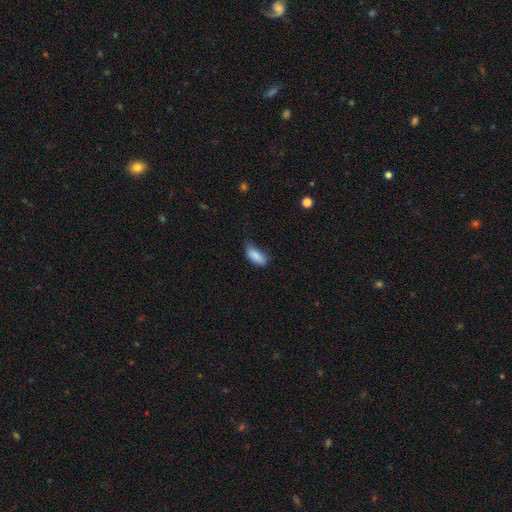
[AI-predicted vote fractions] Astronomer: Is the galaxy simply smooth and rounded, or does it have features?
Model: smooth — 86%.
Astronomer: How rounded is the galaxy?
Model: in between — 88%.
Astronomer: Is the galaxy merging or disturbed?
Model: none — 50% (runner-up: minor disturbance, 39%).